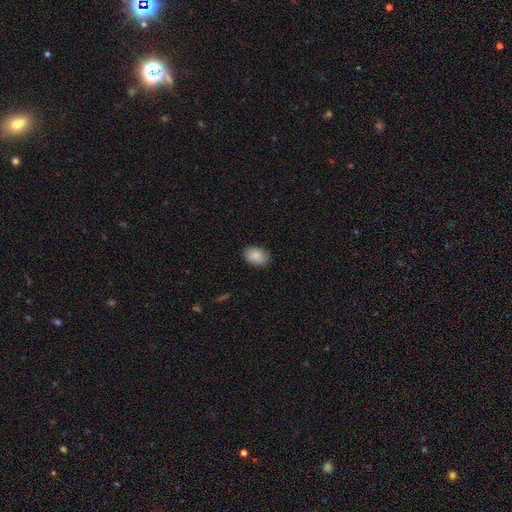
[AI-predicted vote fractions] Morphology: type=smooth (87%); roundness=in between (84%); merging=none (86%).